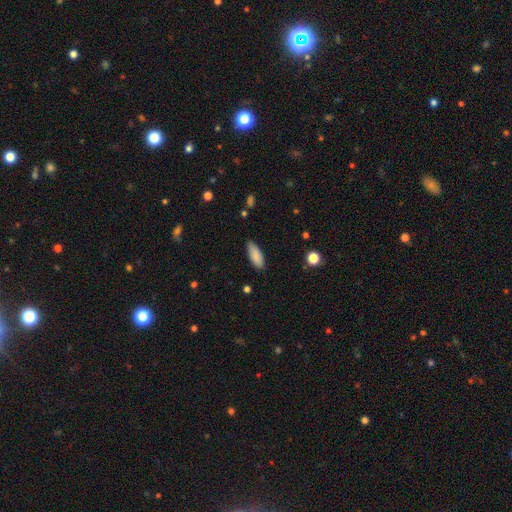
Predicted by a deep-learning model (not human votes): Smooth or featured? smooth (87%)
How rounded? in between (76%)
Merging? none (82%)